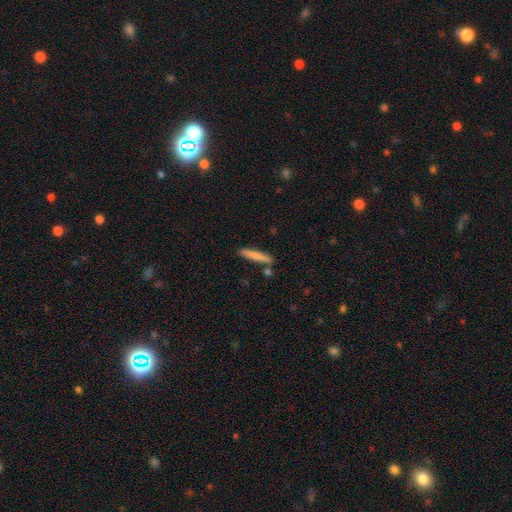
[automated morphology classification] A smooth galaxy with no disk features (78%) that is cigar-shaped (93%).

Vote fractions:
- Smooth or featured? smooth: 78% / featured or disk: 16% / star or artifact: 6%
- How rounded? cigar-shaped: 93% / in between: 6% / round: 1%
- Merging? none: 81% / minor disturbance: 10% / merger: 6% / major disturbance: 2%